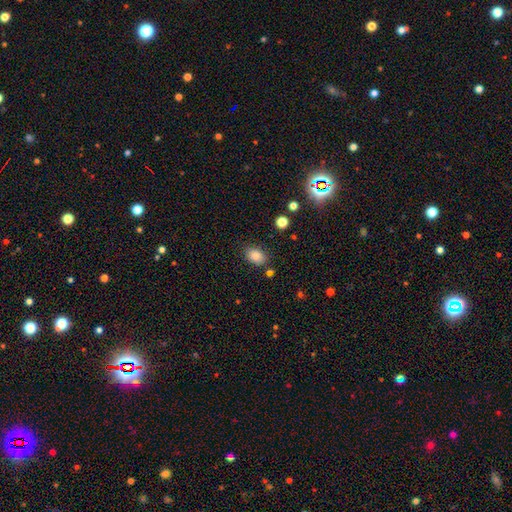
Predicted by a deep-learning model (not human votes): Overall: smooth (85%). How rounded: in between (81%). Merging: none (80%).